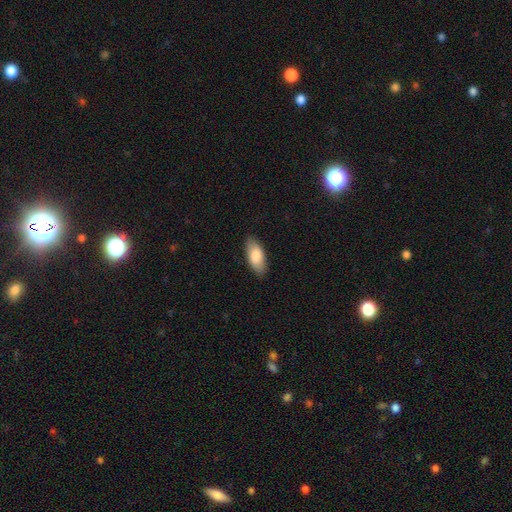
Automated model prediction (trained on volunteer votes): A smooth galaxy with no disk features (83%) that is in between round and cigar-shaped (86%). Merging: none (86%).